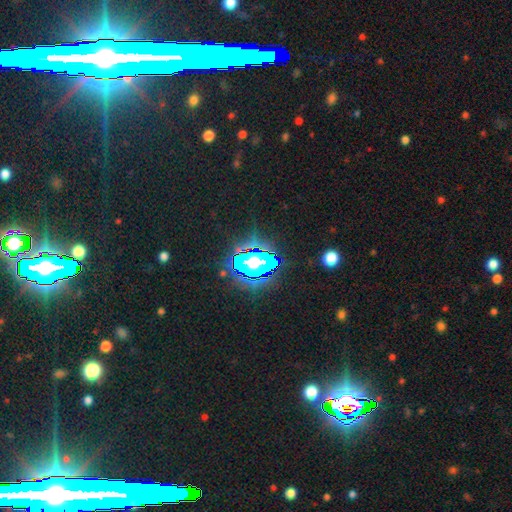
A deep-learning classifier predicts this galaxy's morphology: smooth-or-featured: star or artifact: 78% | smooth: 12% | featured or disk: 9%